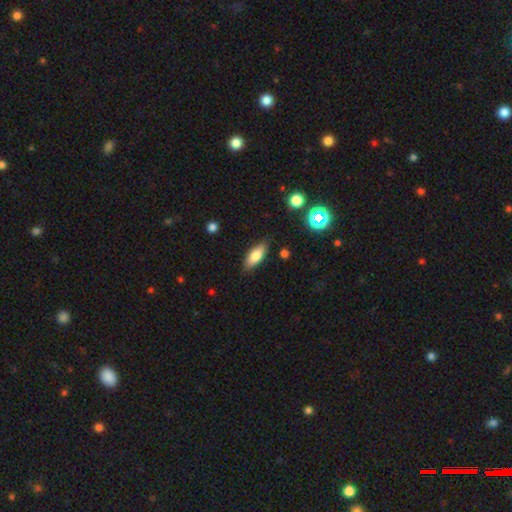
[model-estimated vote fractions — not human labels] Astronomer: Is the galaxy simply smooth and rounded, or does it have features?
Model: smooth — 77%.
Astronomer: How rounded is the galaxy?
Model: in between — 74%.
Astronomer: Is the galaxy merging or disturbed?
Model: none — 85%.